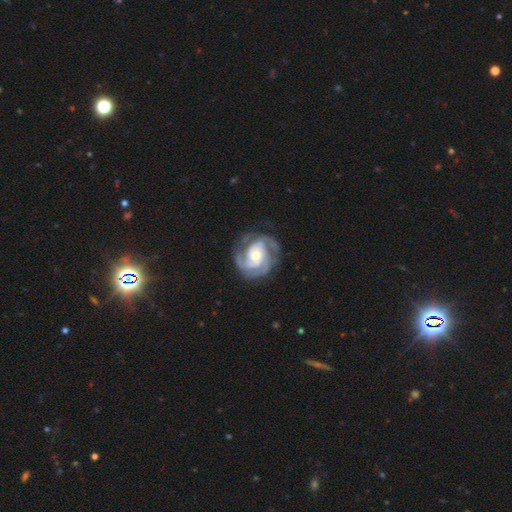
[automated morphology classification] Smooth or featured? Predicted: featured or disk (p=0.91). Edge-on disk? Predicted: no (p=0.98). Bar? Predicted: no (p=0.64). Spiral arms? Predicted: yes (p=0.98). Spiral winding? Predicted: tight (p=0.57). Spiral arm count? Predicted: 3 (p=0.49). Bulge size? Predicted: moderate (p=0.55). Merging? Predicted: none (p=0.74).